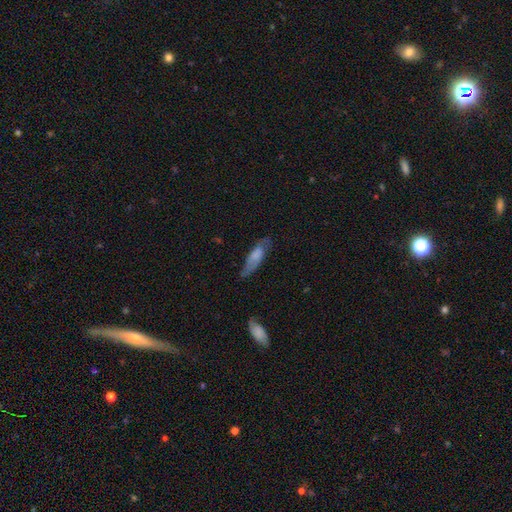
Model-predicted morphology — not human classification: This is likely a smooth galaxy (60%). How rounded: possibly in between (52%). Merging: possibly none (58%).